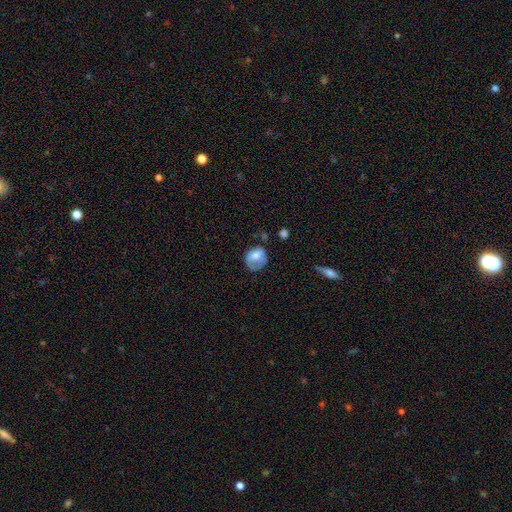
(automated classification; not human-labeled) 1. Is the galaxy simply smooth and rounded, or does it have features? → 68% smooth, 24% featured or disk, 8% star or artifact.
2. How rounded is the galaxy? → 57% round, 42% in between, 1% cigar-shaped.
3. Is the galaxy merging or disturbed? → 44% none, 33% minor disturbance, 19% major disturbance, 4% merger.